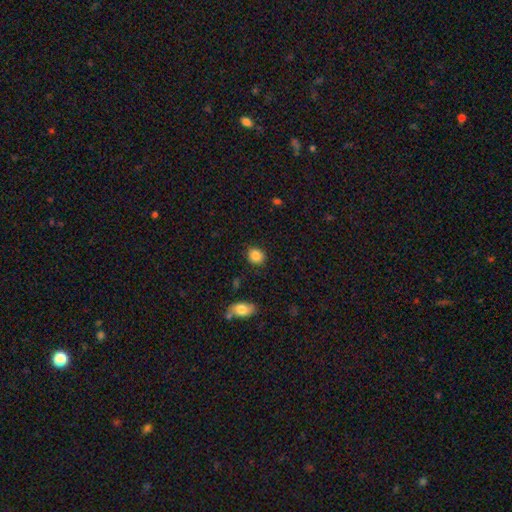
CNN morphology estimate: Smooth or featured?
  - smooth: 87% *
  - star or artifact: 9%
  - featured or disk: 5%
How rounded?
  - round: 78% *
  - in between: 21%
  - cigar-shaped: 1%
Merging?
  - none: 86% *
  - minor disturbance: 10%
  - major disturbance: 3%
  - merger: 2%